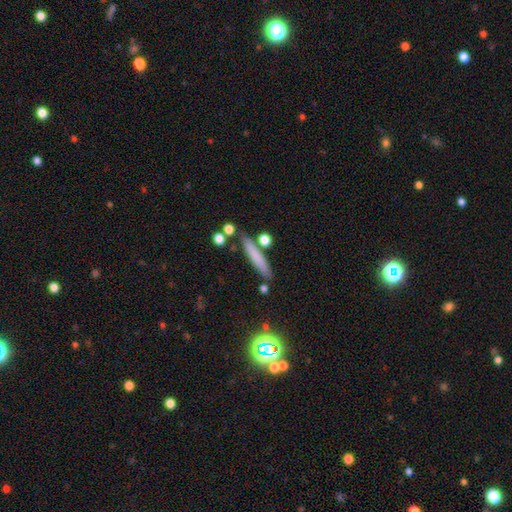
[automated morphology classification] This appears to be a smooth galaxy with no disk features (69%) that is cigar-shaped (90%). Merging: none (80%).